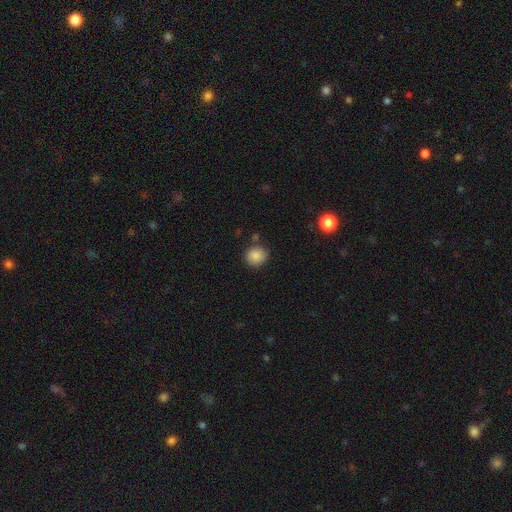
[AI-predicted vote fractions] Morphology: type=smooth (87%); roundness=round (83%); merging=none (80%).